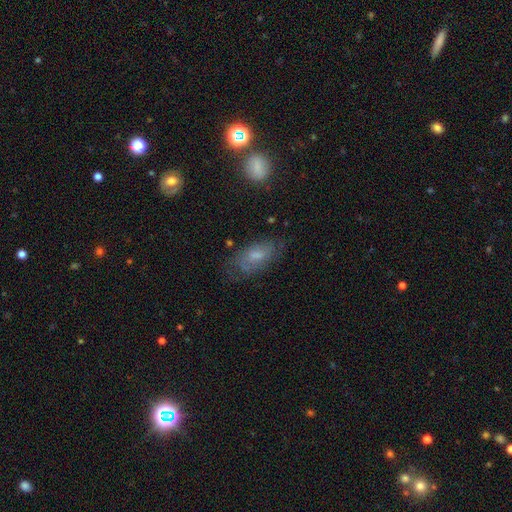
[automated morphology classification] type=smooth (57%); roundness=in between (87%); merging=none (63%).